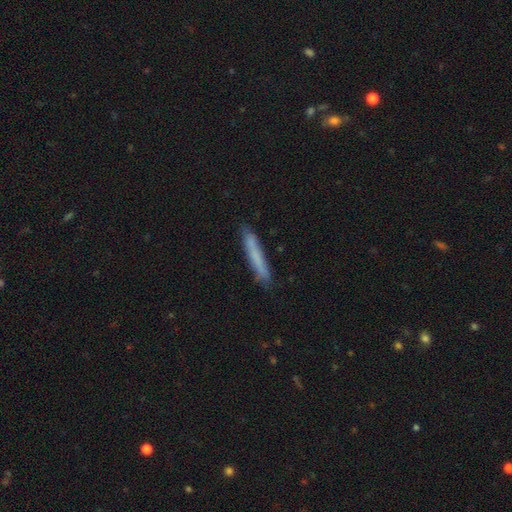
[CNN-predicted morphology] This is likely a smooth galaxy (70%). How rounded: clearly cigar-shaped (95%). Merging: clearly none (86%).